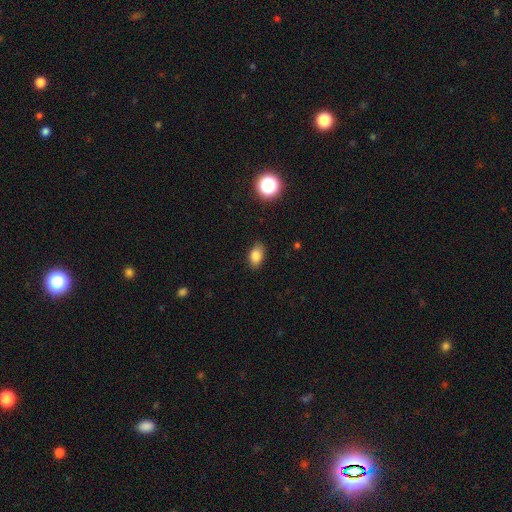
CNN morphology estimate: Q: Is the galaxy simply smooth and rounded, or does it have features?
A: smooth — 84%.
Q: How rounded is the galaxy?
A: in between — 86%.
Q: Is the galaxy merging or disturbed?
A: none — 84%.